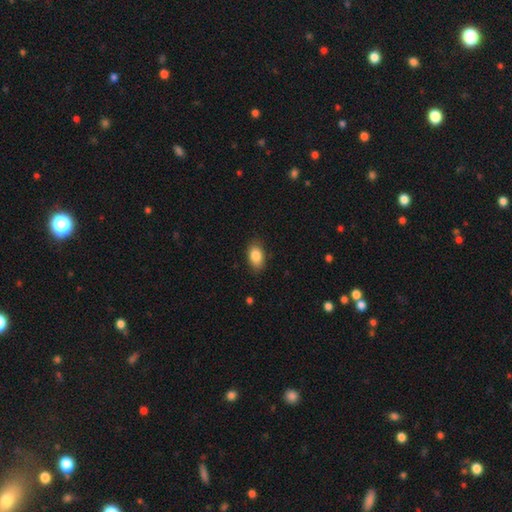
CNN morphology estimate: type=smooth (86%); roundness=in between (89%); merging=none (84%).